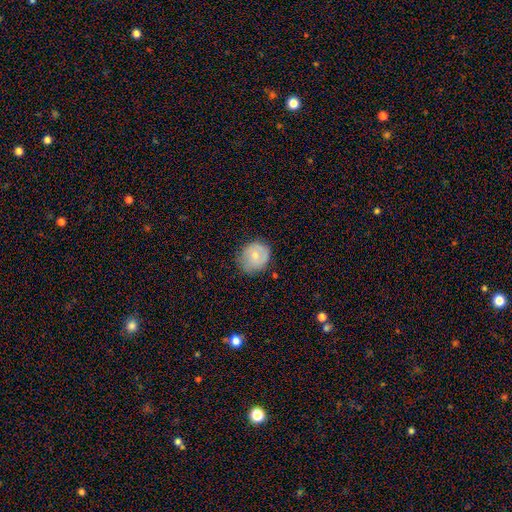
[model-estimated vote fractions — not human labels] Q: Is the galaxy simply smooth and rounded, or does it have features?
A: smooth — 65%.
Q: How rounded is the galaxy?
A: round — 78%.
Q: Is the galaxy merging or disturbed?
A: none — 71%.